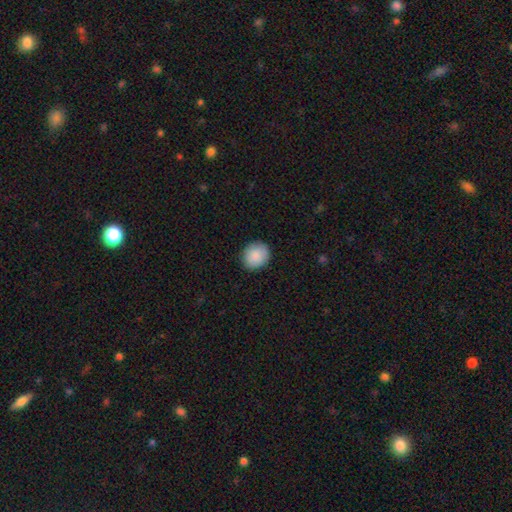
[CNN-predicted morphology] Overall: smooth (88%). How rounded: round (77%). Merging: none (89%).